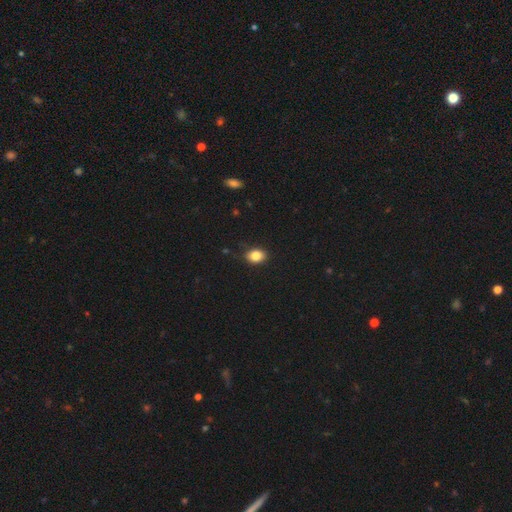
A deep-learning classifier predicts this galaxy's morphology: Overall: smooth (85%). How rounded: in between (67%; round 31%). Merging: none (83%).